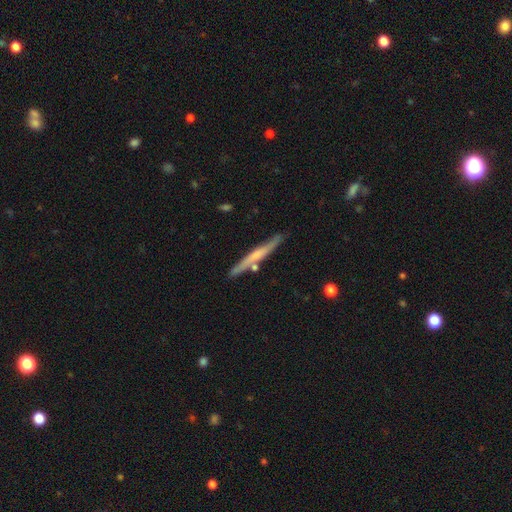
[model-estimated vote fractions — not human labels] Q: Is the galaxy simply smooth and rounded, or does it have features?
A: featured or disk — 57%.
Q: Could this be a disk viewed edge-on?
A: yes — 93%.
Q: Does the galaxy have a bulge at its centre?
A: rounded — 48%.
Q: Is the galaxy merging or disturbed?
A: none — 79%.